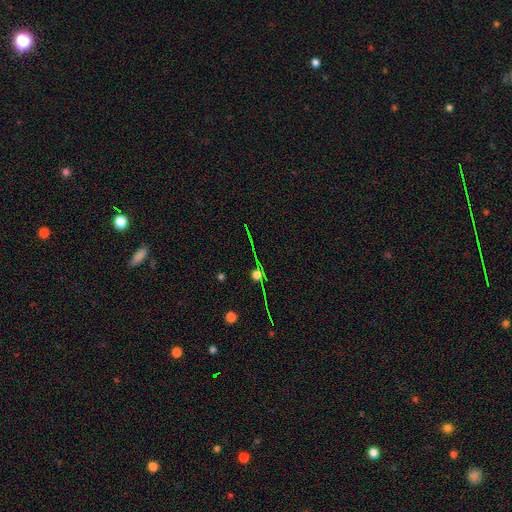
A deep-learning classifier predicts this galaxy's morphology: The model was most divided on "smooth or featured": star or artifact: 62%, smooth: 22%, featured or disk: 16%.